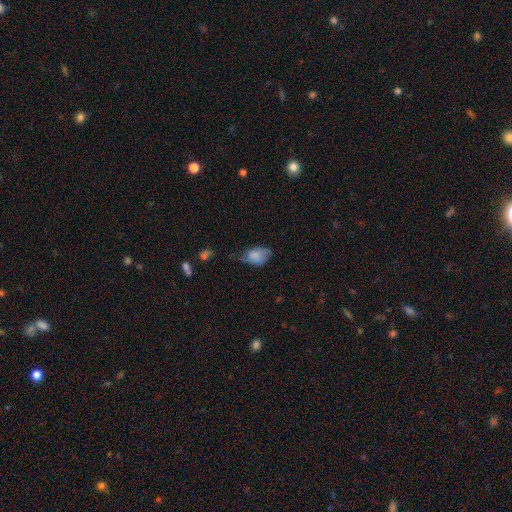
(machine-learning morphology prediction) A smooth galaxy with no disk features (78%) that is in between round and cigar-shaped (88%).

Vote fractions:
- Smooth or featured? smooth: 78% / featured or disk: 14% / star or artifact: 8%
- How rounded? in between: 88% / round: 11% / cigar-shaped: 2%
- Merging? minor disturbance: 41% / none: 38% / major disturbance: 17% / merger: 3%